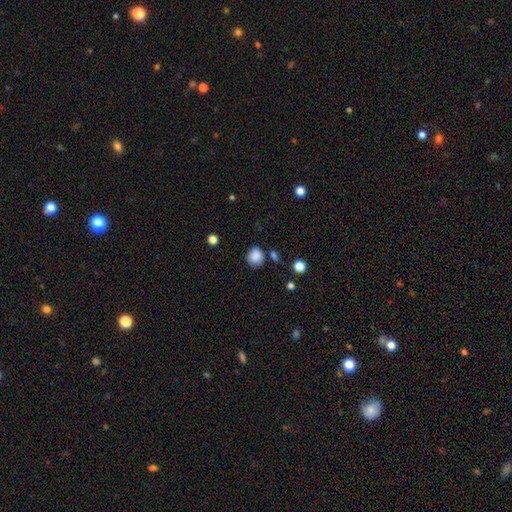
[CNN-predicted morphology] A smooth galaxy with no disk features (86%) that is round (75%).

Vote fractions:
- Smooth or featured? smooth: 86% / star or artifact: 10% / featured or disk: 4%
- How rounded? round: 75% / in between: 24% / cigar-shaped: 1%
- Merging? none: 74% / minor disturbance: 16% / merger: 6% / major disturbance: 4%